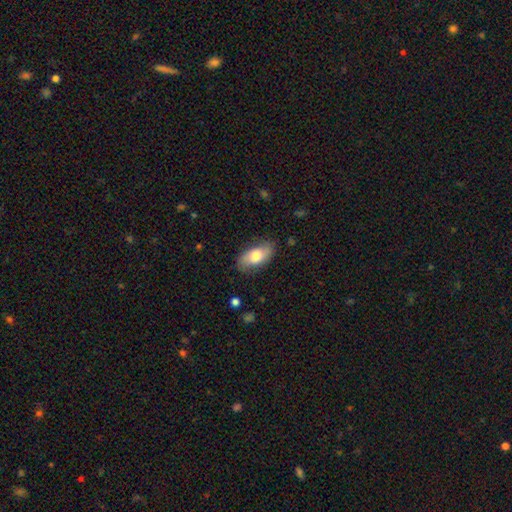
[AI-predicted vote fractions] Smooth or featured? smooth (68%)
How rounded? in between (90%)
Merging? none (79%)